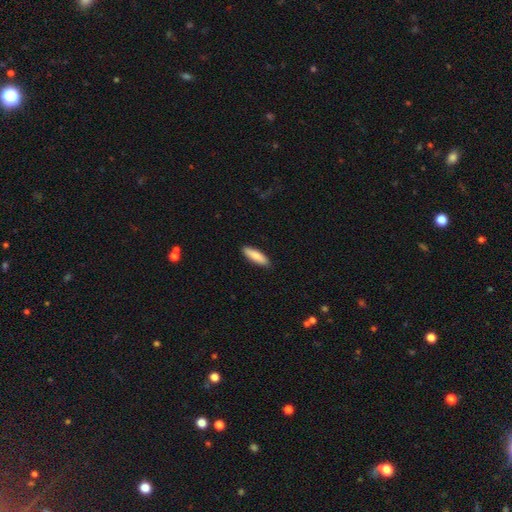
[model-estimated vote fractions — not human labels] This appears to be a smooth galaxy with no disk features (83%) that is cigar-shaped (56%). Merging: none (90%).